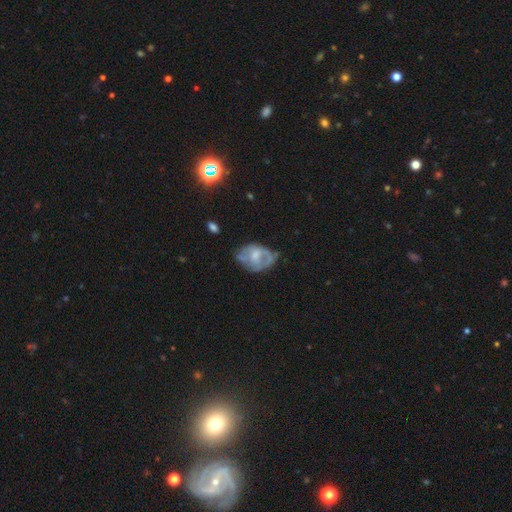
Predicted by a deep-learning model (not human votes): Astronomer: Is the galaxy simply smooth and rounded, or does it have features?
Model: featured or disk — 55% (runner-up: smooth, 37%).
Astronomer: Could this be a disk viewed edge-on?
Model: no — 96%.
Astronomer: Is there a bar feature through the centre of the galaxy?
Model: no — 64%.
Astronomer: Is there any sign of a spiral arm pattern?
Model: no — 56% (runner-up: yes, 44%).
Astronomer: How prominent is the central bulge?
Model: moderate — 41% (runner-up: small, 32%).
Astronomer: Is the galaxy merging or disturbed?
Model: none — 47% (runner-up: minor disturbance, 30%).